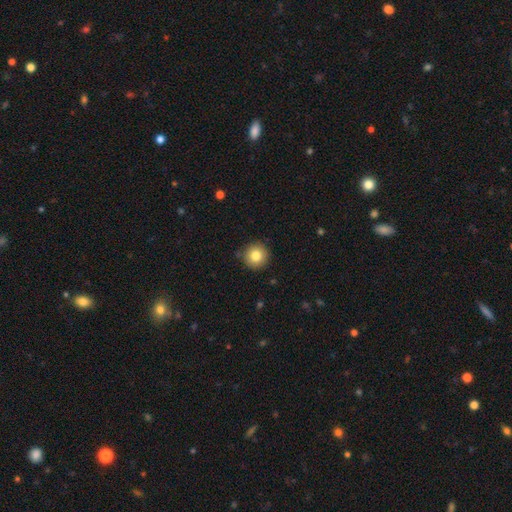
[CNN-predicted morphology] Overall: smooth (81%). How rounded: round (95%). Merging: none (88%).